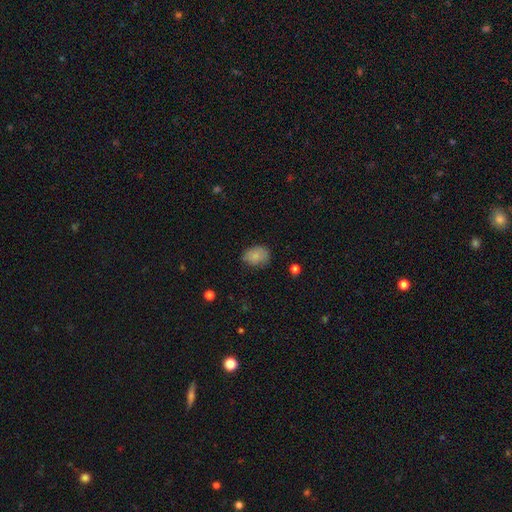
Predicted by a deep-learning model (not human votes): Smooth or featured: smooth — 83% (featured or disk — 9%)
How rounded: in between — 72% (round — 27%)
Merging: none — 72% (minor disturbance — 22%)